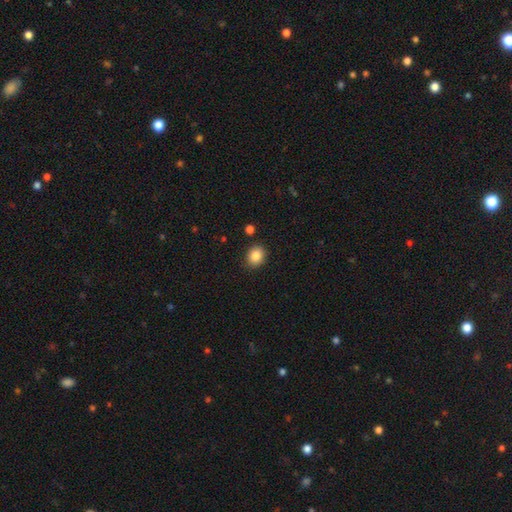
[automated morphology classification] Smooth or featured? smooth (85%)
How rounded? round (60%)
Merging? none (86%)